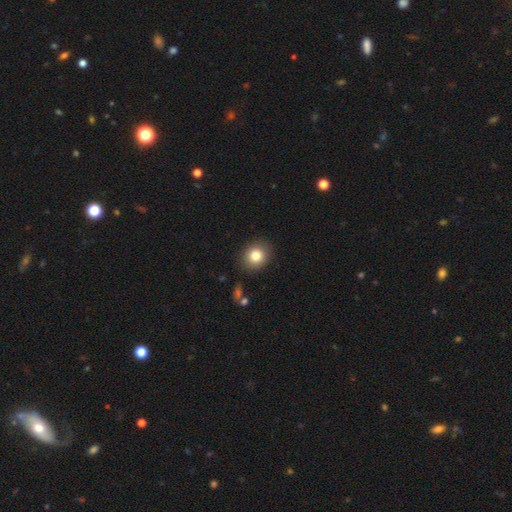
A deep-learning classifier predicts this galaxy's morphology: smooth 82%, star or artifact 10%, featured or disk 8%. Down the decision tree: how rounded — round (70%); merging — none (87%).